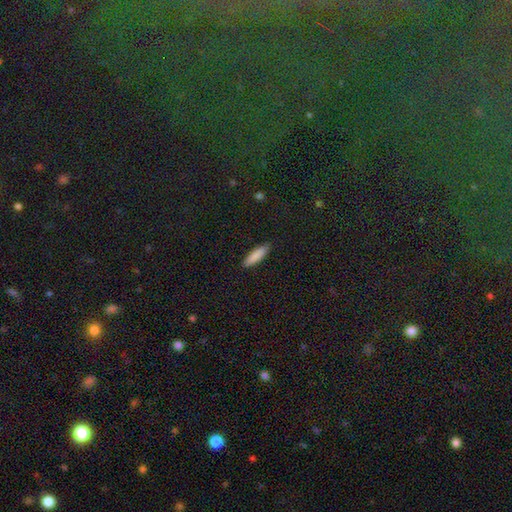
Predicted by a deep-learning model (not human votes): Smooth or featured?
  - smooth: 86% *
  - featured or disk: 8%
  - star or artifact: 6%
How rounded?
  - cigar-shaped: 70% *
  - in between: 28%
  - round: 2%
Merging?
  - none: 90% *
  - minor disturbance: 8%
  - major disturbance: 2%
  - merger: 1%